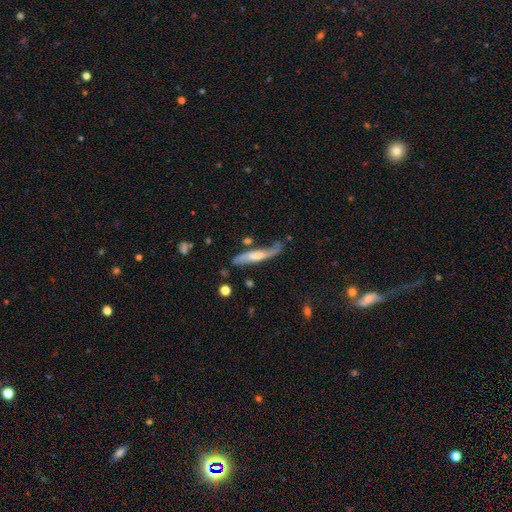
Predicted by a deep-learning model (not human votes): This is possibly a featured or disk galaxy (57%). It is possibly viewed edge-on (55%). Merging: possibly none (49%).